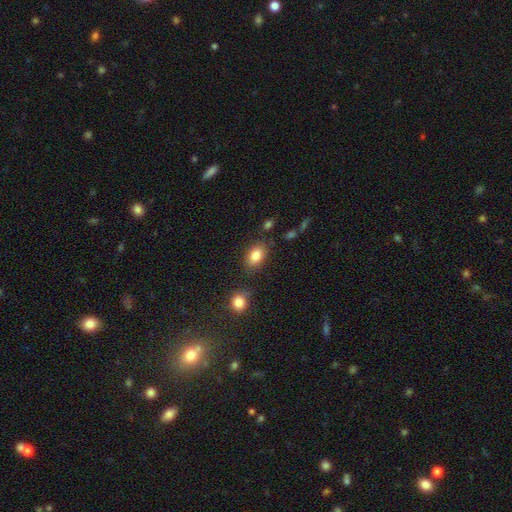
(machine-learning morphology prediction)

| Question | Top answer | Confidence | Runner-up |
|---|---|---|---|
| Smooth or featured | smooth | 84% | star or artifact (8%) |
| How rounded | in between | 85% | round (14%) |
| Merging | none | 76% | minor disturbance (13%) |